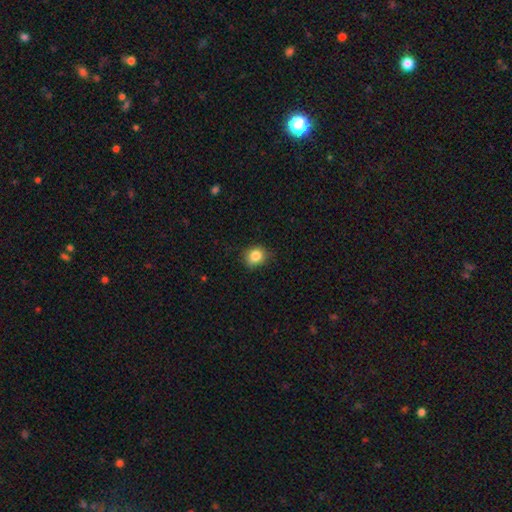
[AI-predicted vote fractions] smooth_or_featured: smooth (p=0.84) [alt: star or artifact p=0.10]
how_rounded: round (p=0.72) [alt: in between p=0.27]
merging: none (p=0.77) [alt: minor disturbance p=0.19]